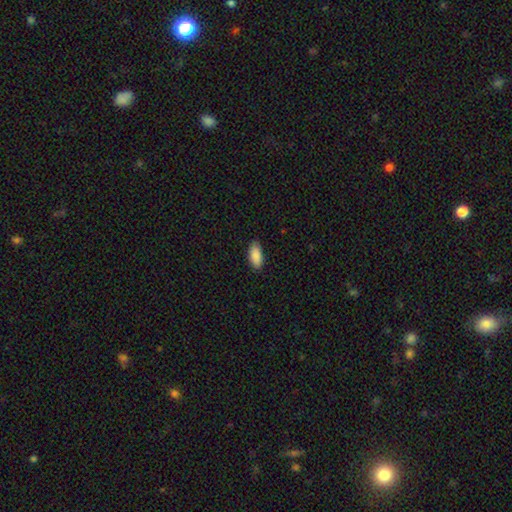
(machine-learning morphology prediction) Q: Smooth or featured?
A: smooth (89%); runner-up: star or artifact (6%)
Q: How rounded?
A: in between (88%); runner-up: cigar-shaped (10%)
Q: Merging?
A: none (86%); runner-up: minor disturbance (11%)